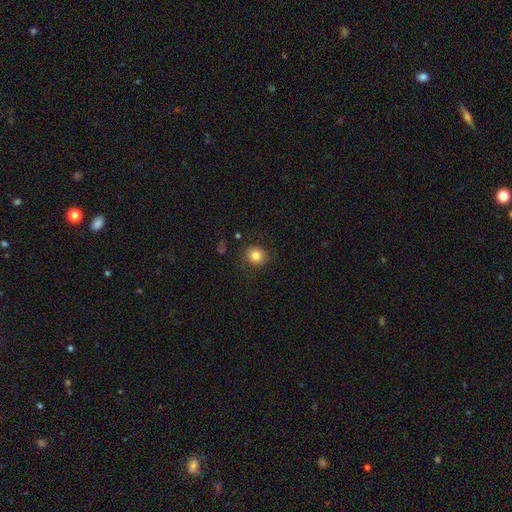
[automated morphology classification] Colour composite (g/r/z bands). It shows a smooth galaxy with no disk features (83%) that is round (84%). Merging: none (87%).